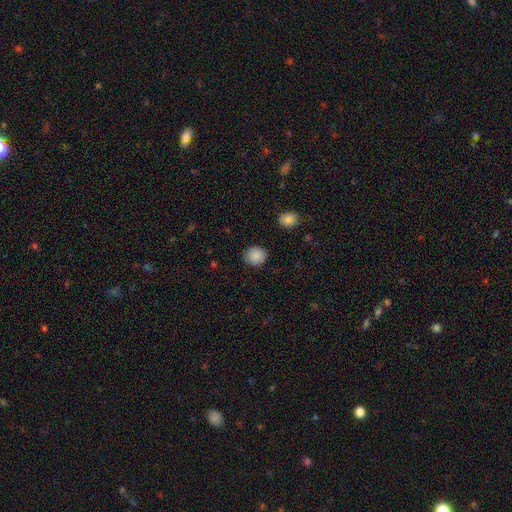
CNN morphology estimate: smooth_or_featured: smooth (p=0.89) [alt: star or artifact p=0.08]
how_rounded: round (p=0.85) [alt: in between p=0.14]
merging: none (p=0.88) [alt: minor disturbance p=0.08]